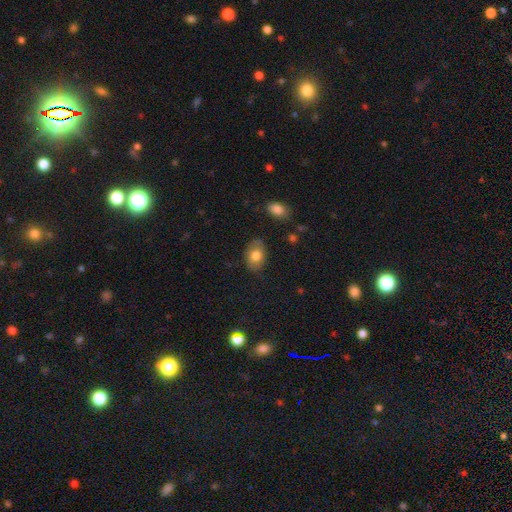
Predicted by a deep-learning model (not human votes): Smooth or featured: smooth — 77% (featured or disk — 15%)
How rounded: in between — 82% (round — 16%)
Merging: none — 80% (minor disturbance — 15%)